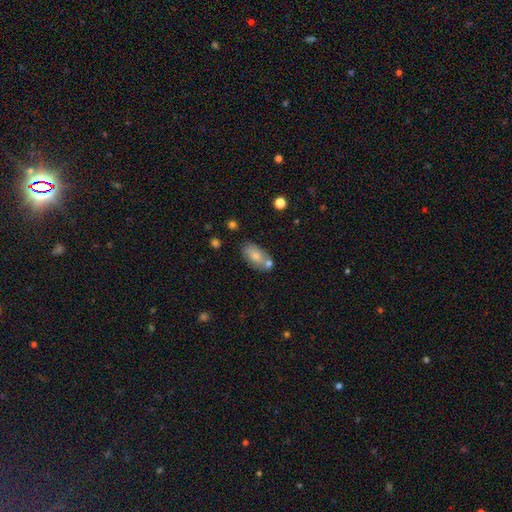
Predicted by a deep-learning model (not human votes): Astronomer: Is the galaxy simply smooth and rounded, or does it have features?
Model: smooth — 72%.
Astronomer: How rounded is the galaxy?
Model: in between — 91%.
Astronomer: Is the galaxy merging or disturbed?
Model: none — 58%.